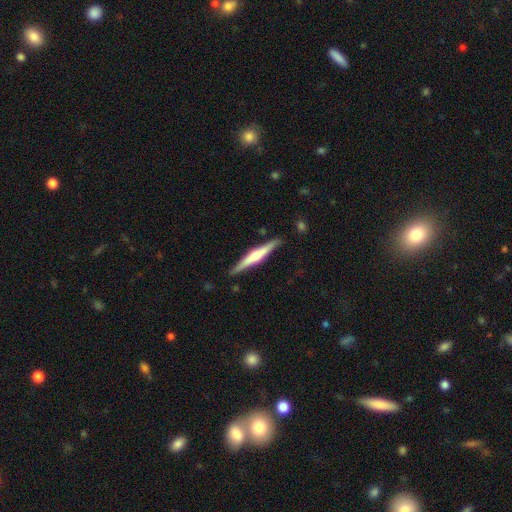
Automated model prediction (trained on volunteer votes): Morphology: type=featured or disk (66%); edge-on=yes (98%); edge-on bulge=rounded (75%); merging=none (88%).